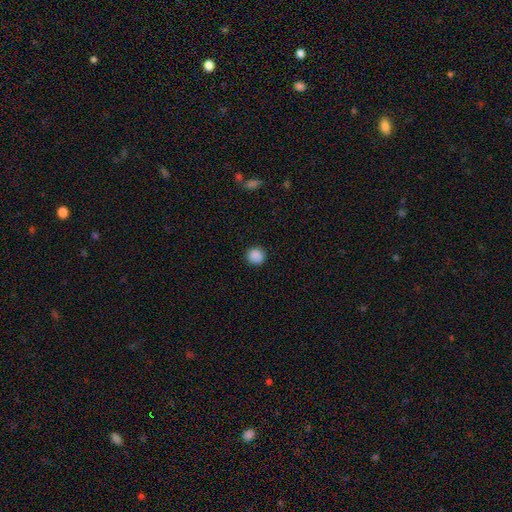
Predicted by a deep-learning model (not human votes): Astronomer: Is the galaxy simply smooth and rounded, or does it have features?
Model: smooth — 88%.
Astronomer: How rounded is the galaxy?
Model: round — 90%.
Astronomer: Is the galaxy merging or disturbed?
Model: none — 90%.